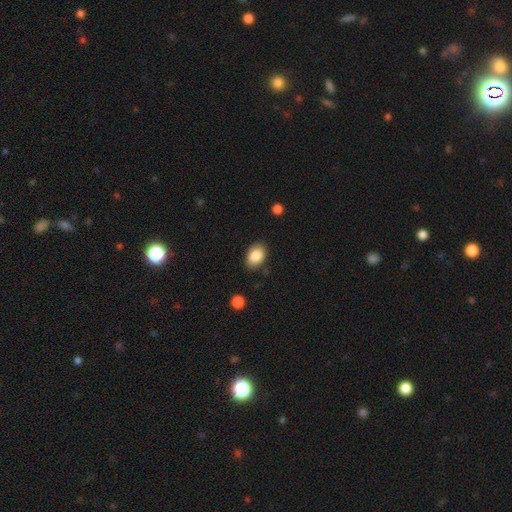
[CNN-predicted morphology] Smooth or featured? smooth (86%)
How rounded? in between (85%)
Merging? none (85%)